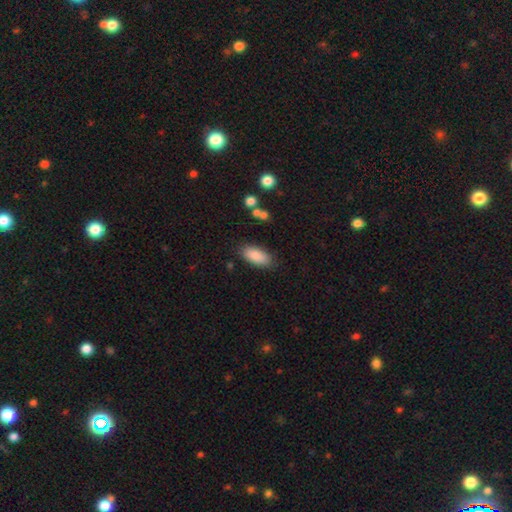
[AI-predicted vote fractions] This is clearly a smooth galaxy (87%). How rounded: clearly in between (87%). Merging: clearly none (83%).